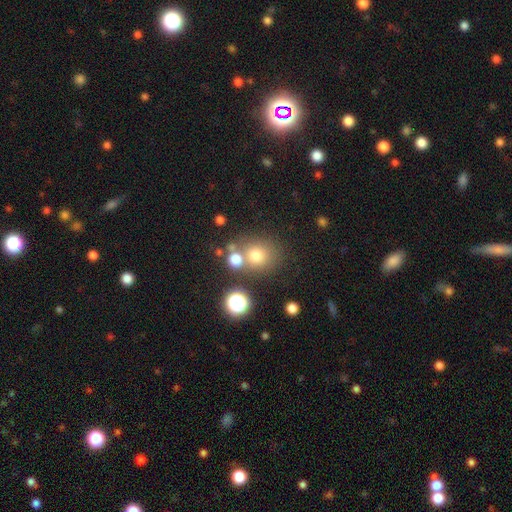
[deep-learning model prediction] Morphology: type=smooth (71%); roundness=round (83%); merging=none (65%).